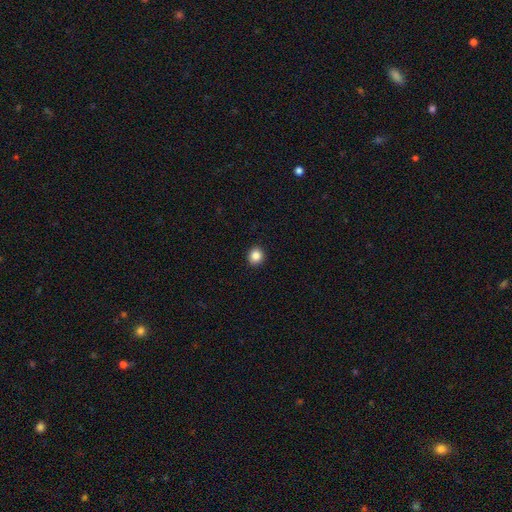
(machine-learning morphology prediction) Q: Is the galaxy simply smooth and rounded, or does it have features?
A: smooth — 86%.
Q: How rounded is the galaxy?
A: round — 83%.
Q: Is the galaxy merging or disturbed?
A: none — 92%.